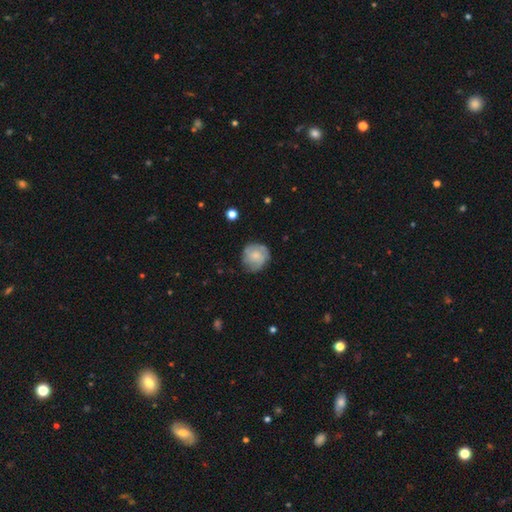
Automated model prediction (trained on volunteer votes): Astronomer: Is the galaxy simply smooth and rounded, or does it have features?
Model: smooth — 50% (runner-up: featured or disk, 43%).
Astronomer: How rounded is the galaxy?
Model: round — 86%.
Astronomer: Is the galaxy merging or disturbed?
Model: none — 69%.